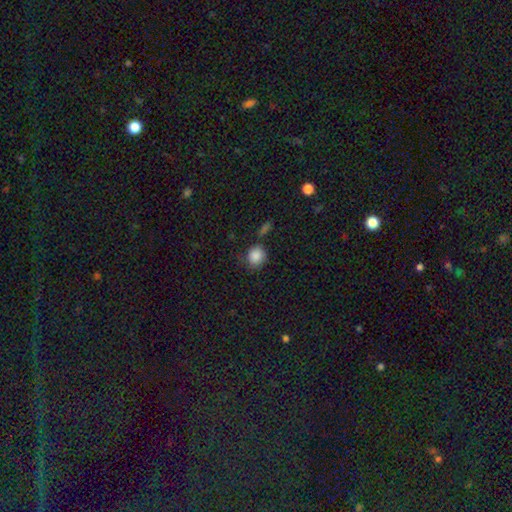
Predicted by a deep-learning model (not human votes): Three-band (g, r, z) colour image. It shows a smooth galaxy with no disk features (86%) that is round (83%). Merging: none (69%).